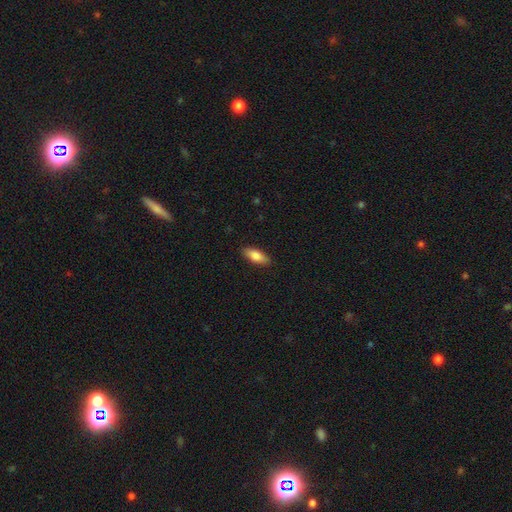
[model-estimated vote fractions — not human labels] Smooth or featured: smooth — 82% (featured or disk — 12%)
How rounded: in between — 75% (cigar-shaped — 22%)
Merging: none — 88% (minor disturbance — 9%)